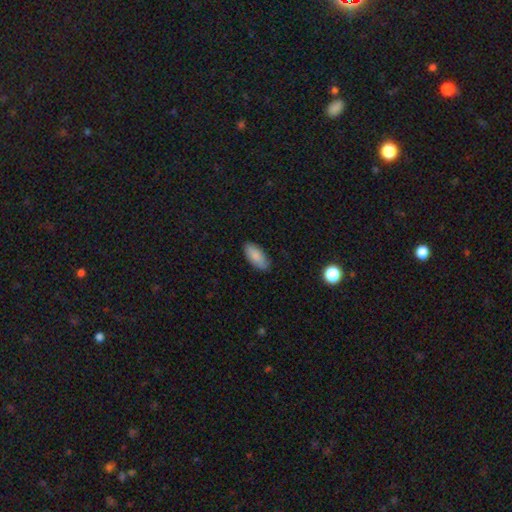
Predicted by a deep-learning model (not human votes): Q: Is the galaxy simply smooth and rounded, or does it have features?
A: smooth — 86%.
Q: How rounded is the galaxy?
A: in between — 90%.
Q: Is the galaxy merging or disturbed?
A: none — 85%.